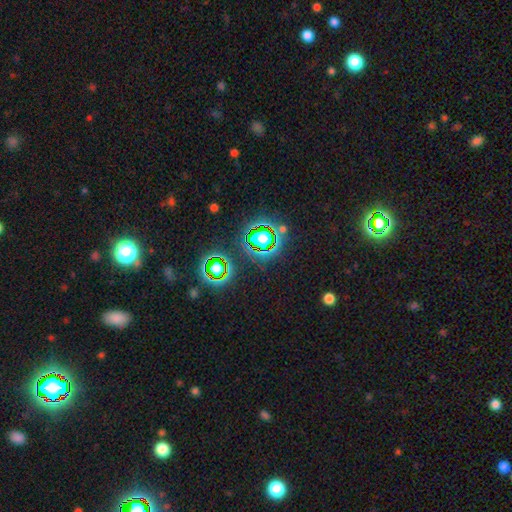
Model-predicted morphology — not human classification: type=star or artifact (74%).